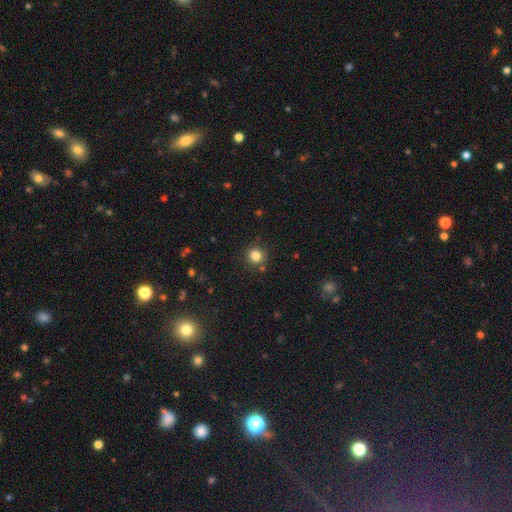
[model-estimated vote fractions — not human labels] Q: Smooth or featured?
A: smooth (82%); runner-up: star or artifact (12%)
Q: How rounded?
A: round (90%); runner-up: in between (9%)
Q: Merging?
A: none (86%); runner-up: minor disturbance (8%)